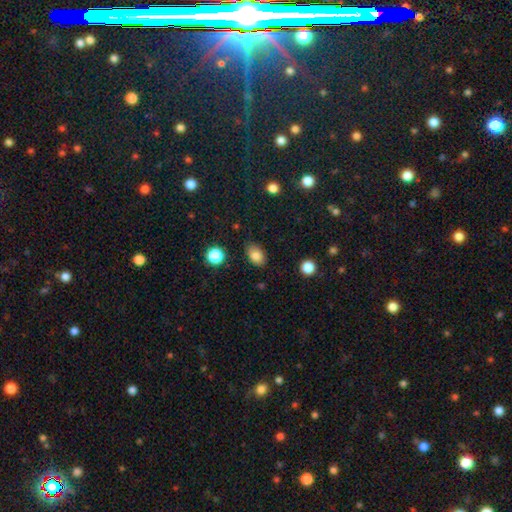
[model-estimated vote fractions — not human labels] smooth 83%, star or artifact 10%, featured or disk 7%. Down the decision tree: how rounded — in between (83%); merging — none (83%).